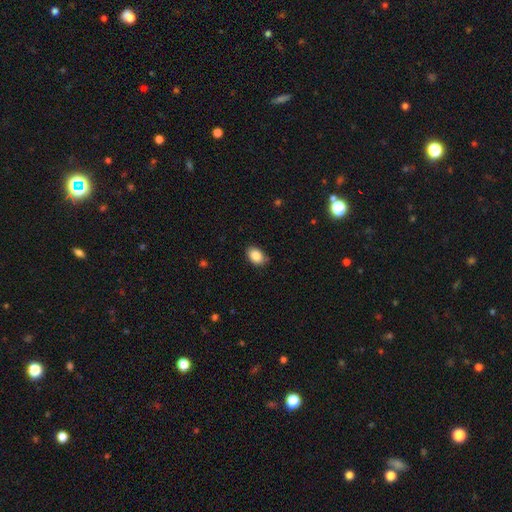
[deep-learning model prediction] The model was most divided on "merging": none: 79%, minor disturbance: 17%, major disturbance: 3%, merger: 1%. More confident: smooth or featured — smooth (87%); how rounded — in between (84%).